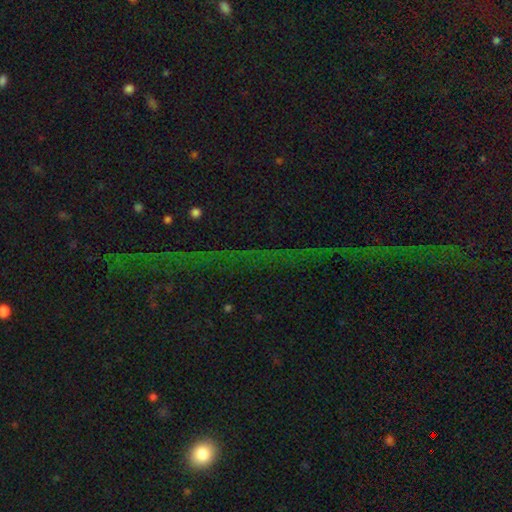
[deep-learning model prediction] smooth_or_featured: star or artifact (p=0.74) [alt: featured or disk p=0.17]